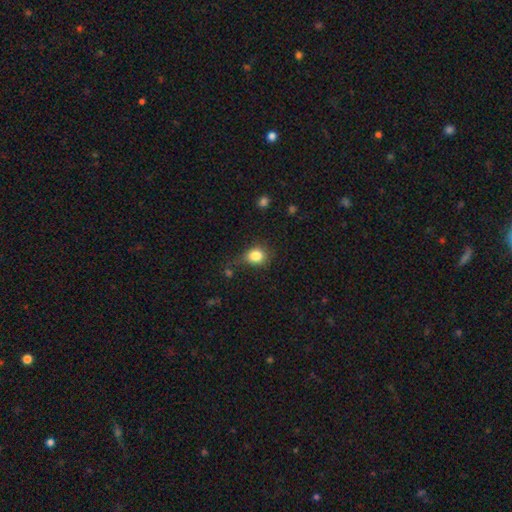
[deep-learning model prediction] A smooth galaxy with no disk features (83%) that is round (66%).

Vote fractions:
- Smooth or featured? smooth: 83% / star or artifact: 11% / featured or disk: 6%
- How rounded? round: 66% / in between: 33% / cigar-shaped: 1%
- Merging? none: 61% / minor disturbance: 26% / major disturbance: 9% / merger: 4%